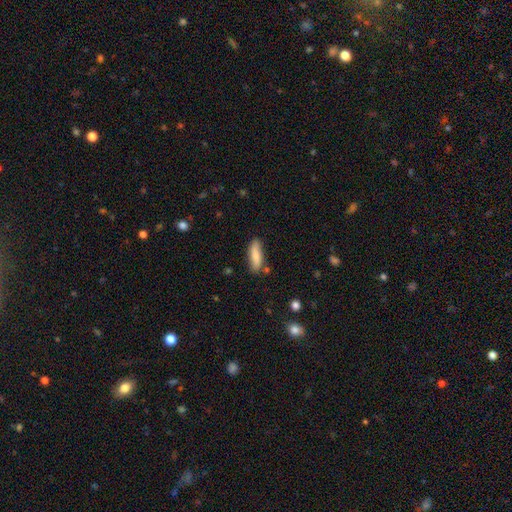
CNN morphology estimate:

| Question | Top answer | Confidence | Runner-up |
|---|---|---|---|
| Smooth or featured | smooth | 78% | featured or disk (16%) |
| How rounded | cigar-shaped | 50% | in between (48%) |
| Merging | none | 80% | minor disturbance (14%) |